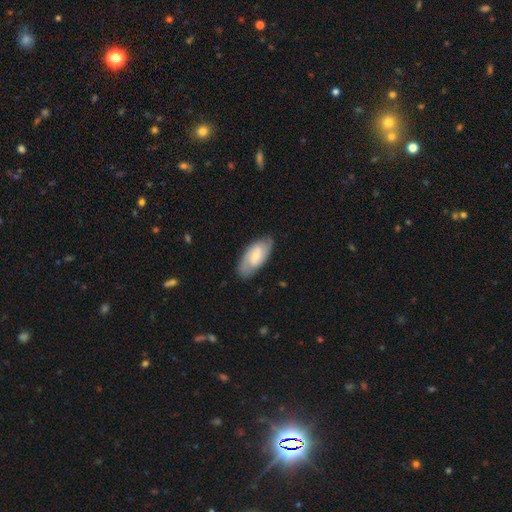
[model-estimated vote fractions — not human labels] Morphology: type=featured or disk (52%); edge-on=no (92%); merging=none (81%).